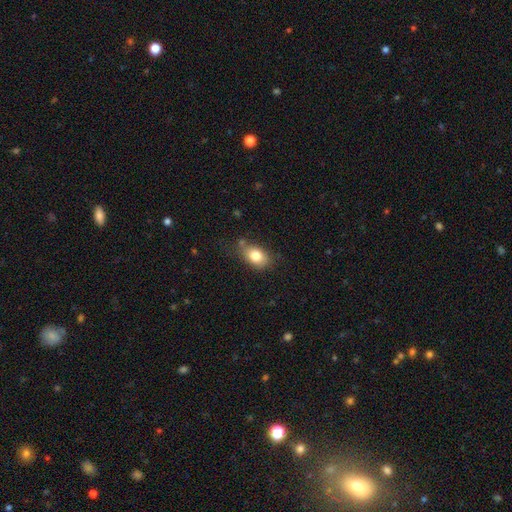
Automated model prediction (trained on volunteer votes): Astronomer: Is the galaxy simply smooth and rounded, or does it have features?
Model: smooth — 80%.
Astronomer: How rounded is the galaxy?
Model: in between — 80%.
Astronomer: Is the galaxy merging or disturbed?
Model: none — 66%.